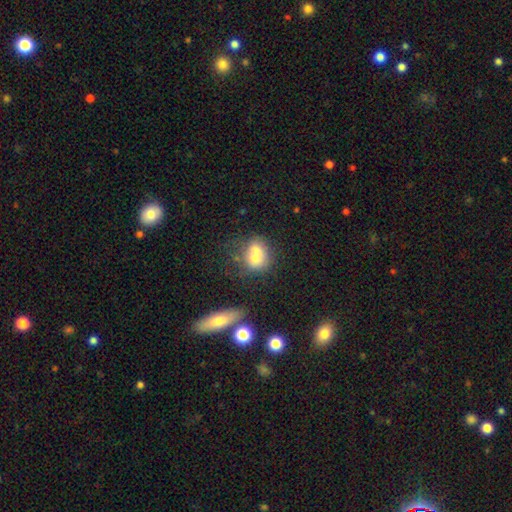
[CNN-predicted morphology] This is likely a smooth galaxy (65%). How rounded: likely round (65%). Merging: possibly merger (57%).